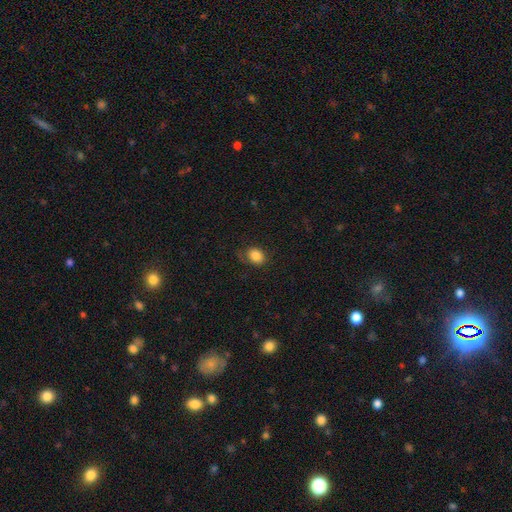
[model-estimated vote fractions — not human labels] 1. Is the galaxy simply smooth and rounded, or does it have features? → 85% smooth, 9% star or artifact, 6% featured or disk.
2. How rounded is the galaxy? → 57% in between, 42% round, 1% cigar-shaped.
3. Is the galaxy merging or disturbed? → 72% none, 19% minor disturbance, 7% major disturbance, 1% merger.